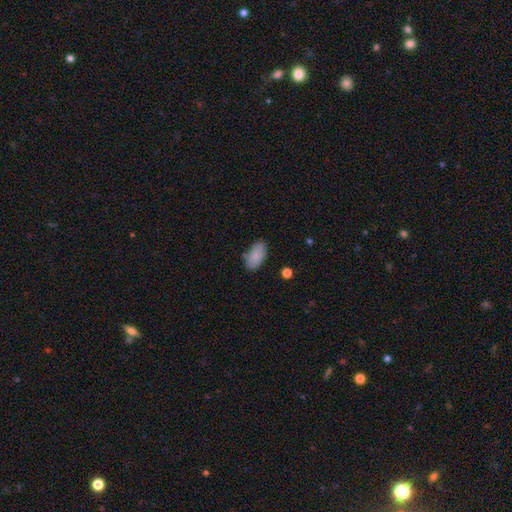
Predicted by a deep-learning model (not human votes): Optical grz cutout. It shows a smooth galaxy with no disk features (86%) that is in between round and cigar-shaped (94%). Merging: none (79%).